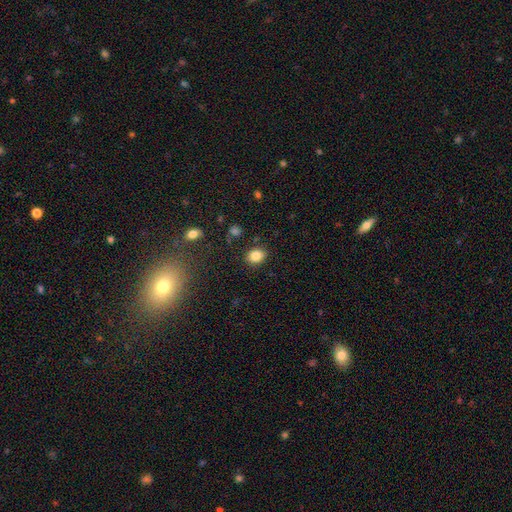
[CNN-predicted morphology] Q: Smooth or featured?
A: smooth (84%); runner-up: star or artifact (11%)
Q: How rounded?
A: round (56%); runner-up: in between (43%)
Q: Merging?
A: none (86%); runner-up: minor disturbance (9%)